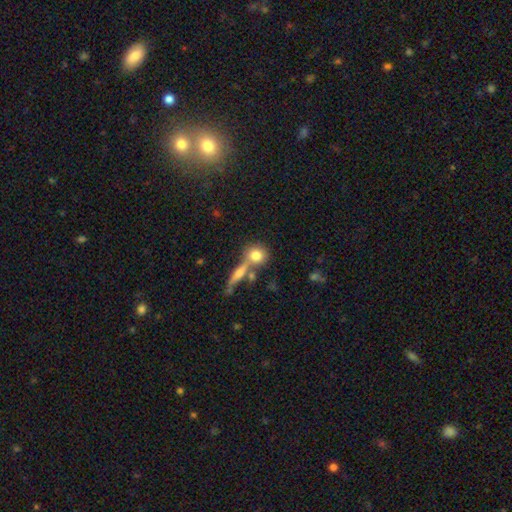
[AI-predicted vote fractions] A smooth galaxy with no disk features (75%) that is round (78%). Merging: none (55%).